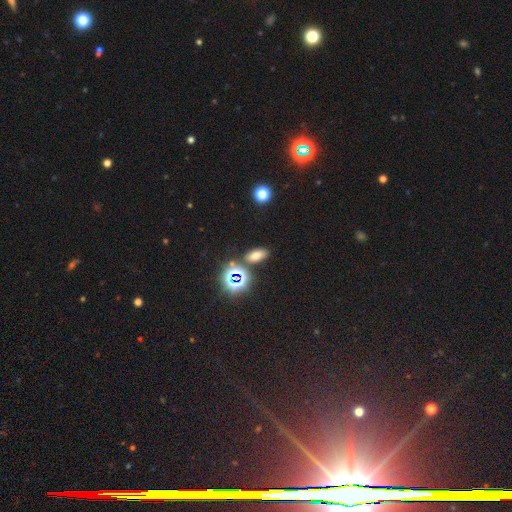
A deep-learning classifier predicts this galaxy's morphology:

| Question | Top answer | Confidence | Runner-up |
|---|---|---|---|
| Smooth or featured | smooth | 63% | star or artifact (27%) |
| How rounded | in between | 83% | round (11%) |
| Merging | none | 84% | minor disturbance (9%) |